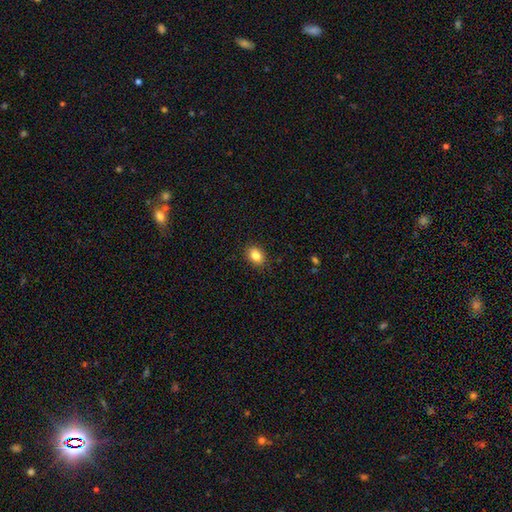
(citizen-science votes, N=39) Smooth or featured?
  - smooth: 87% *
  - star or artifact: 8%
  - featured or disk: 5%
How rounded?
  - in between: 82% *
  - round: 18%
  - cigar-shaped: 0%
Merging?
  - none: 83% *
  - minor disturbance: 11%
  - major disturbance: 3%
  - merger: 3%